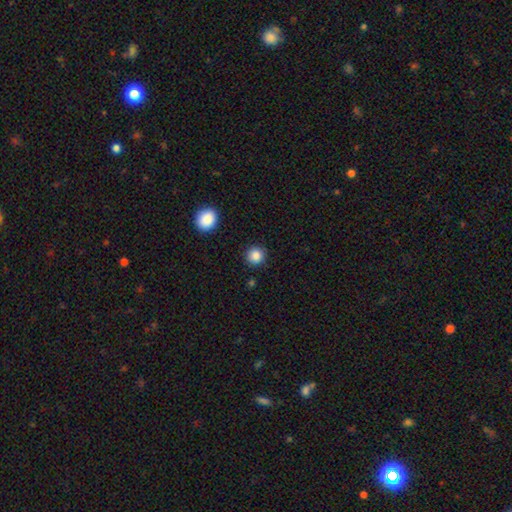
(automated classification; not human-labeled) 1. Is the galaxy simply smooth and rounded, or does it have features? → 86% smooth, 10% star or artifact, 3% featured or disk.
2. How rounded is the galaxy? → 93% round, 6% in between, 1% cigar-shaped.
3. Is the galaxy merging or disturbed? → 91% none, 5% minor disturbance, 2% major disturbance, 2% merger.